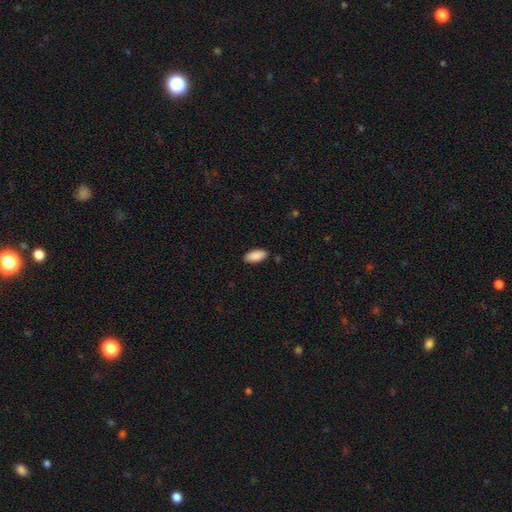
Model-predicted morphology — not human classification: This appears to be a smooth galaxy with no disk features (90%) that is in between round and cigar-shaped (90%). Merging: none (88%).